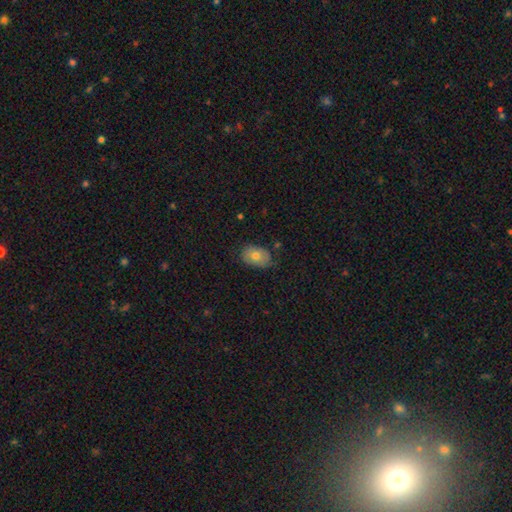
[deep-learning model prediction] Smooth or featured?
  - smooth: 73% *
  - featured or disk: 19%
  - star or artifact: 8%
How rounded?
  - in between: 83% *
  - round: 16%
  - cigar-shaped: 1%
Merging?
  - none: 72% *
  - minor disturbance: 22%
  - major disturbance: 4%
  - merger: 2%